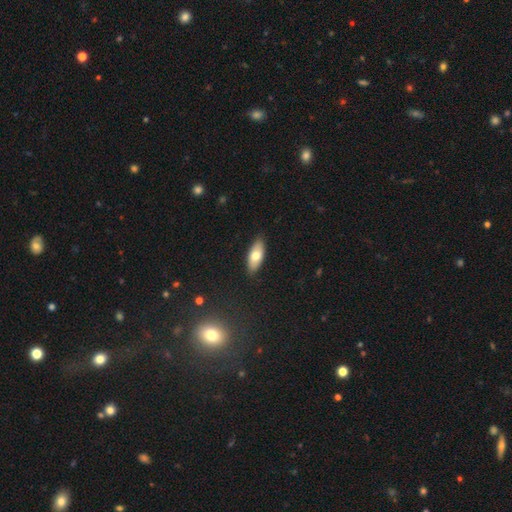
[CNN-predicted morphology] A smooth galaxy with no disk features (72%) that is in between round and cigar-shaped (83%).

Vote fractions:
- Smooth or featured? smooth: 72% / featured or disk: 22% / star or artifact: 6%
- How rounded? in between: 83% / cigar-shaped: 15% / round: 2%
- Merging? none: 87% / minor disturbance: 10% / major disturbance: 2% / merger: 1%